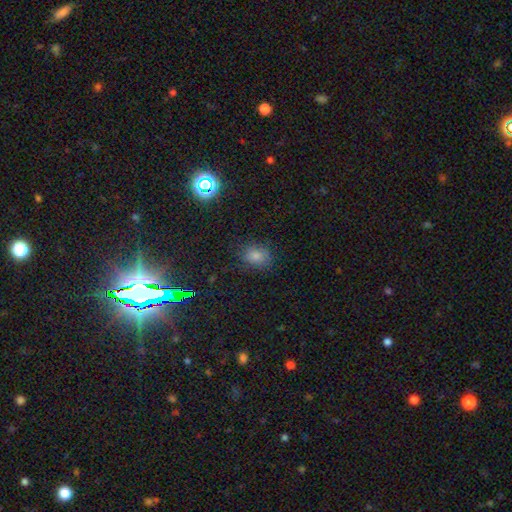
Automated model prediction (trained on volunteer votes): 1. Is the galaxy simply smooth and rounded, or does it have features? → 65% smooth, 27% star or artifact, 8% featured or disk.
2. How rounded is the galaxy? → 51% round, 47% in between, 1% cigar-shaped.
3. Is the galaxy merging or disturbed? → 83% none, 12% minor disturbance, 4% major disturbance, 2% merger.